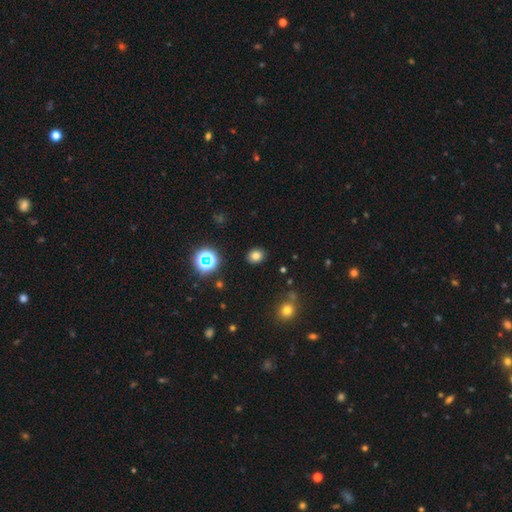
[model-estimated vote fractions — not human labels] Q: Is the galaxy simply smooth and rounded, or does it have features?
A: smooth — 77%.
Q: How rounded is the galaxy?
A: round — 62%.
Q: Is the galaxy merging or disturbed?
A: none — 88%.